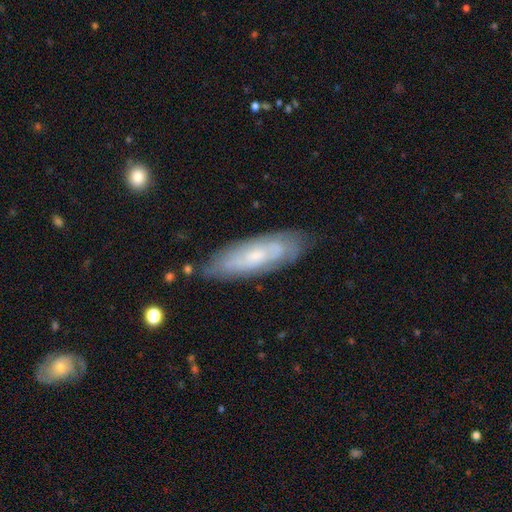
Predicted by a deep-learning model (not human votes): Smooth or featured? Predicted: featured or disk (p=0.58). Edge-on disk? Predicted: no (p=0.75). Merging? Predicted: none (p=0.75).